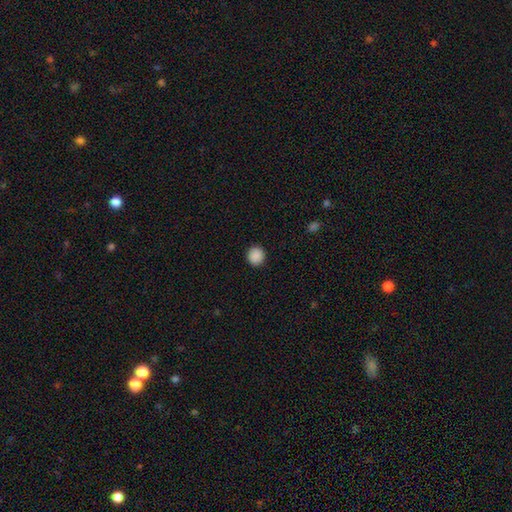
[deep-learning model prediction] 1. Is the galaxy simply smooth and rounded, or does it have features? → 89% smooth, 8% star or artifact, 2% featured or disk.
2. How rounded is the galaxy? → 90% round, 9% in between, 1% cigar-shaped.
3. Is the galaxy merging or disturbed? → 92% none, 5% minor disturbance, 2% major disturbance, 1% merger.